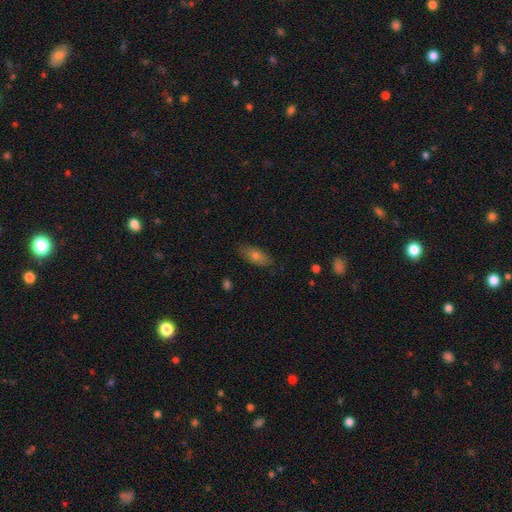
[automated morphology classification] type=smooth (68%); roundness=in between (76%); merging=none (83%).